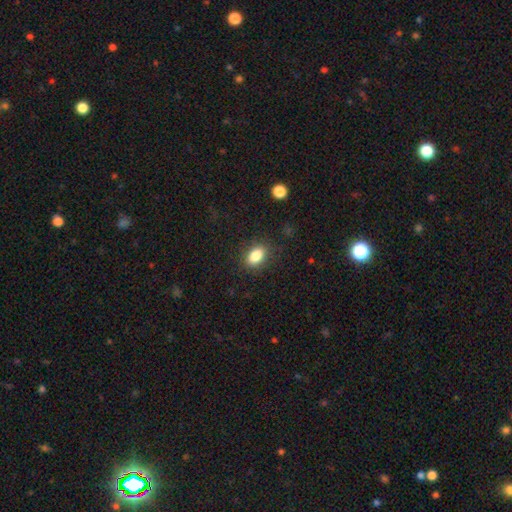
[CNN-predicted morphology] The model was most divided on "how rounded": in between: 84%, round: 14%, cigar-shaped: 2%. More confident: merging — none (86%); smooth or featured — smooth (85%).